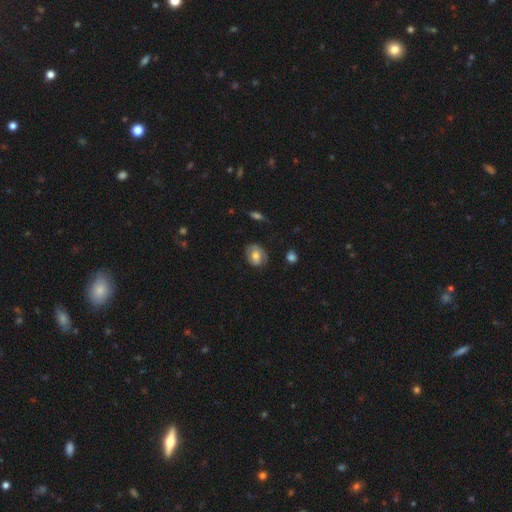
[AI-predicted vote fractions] smooth-or-featured: smooth: 61% | featured or disk: 31% | star or artifact: 8%
  how-rounded: in between: 50% | round: 49% | cigar-shaped: 1%
  merging: none: 71% | minor disturbance: 21% | major disturbance: 7% | merger: 2%